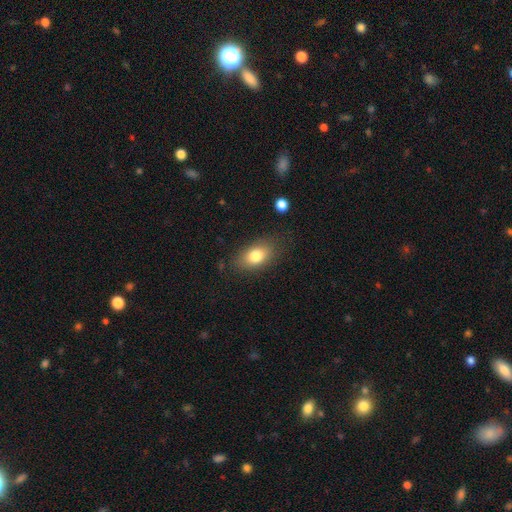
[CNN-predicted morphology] Overall: smooth (79%). How rounded: in between (85%). Merging: none (79%).